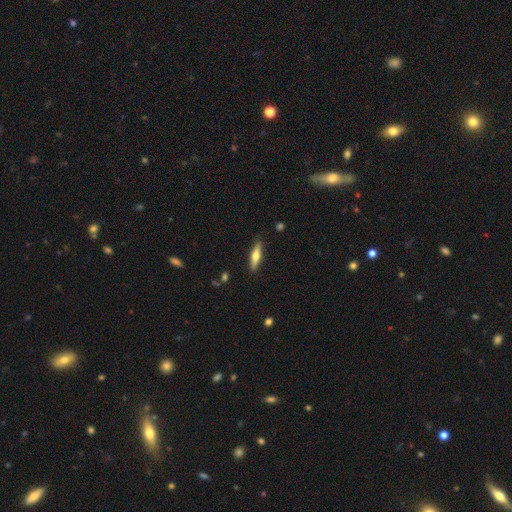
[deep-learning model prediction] Morphology: type=smooth (48%); merging=none (88%).